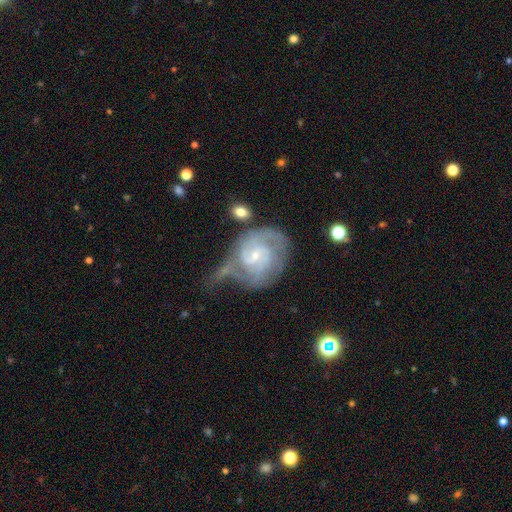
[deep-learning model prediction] Morphology: type=featured or disk (85%); edge-on=no (98%); bar=no (51%); spiral arms=yes (95%); winding=tight (51%); arm count=2 (40%); bulge=small (75%); merging=none (34%).